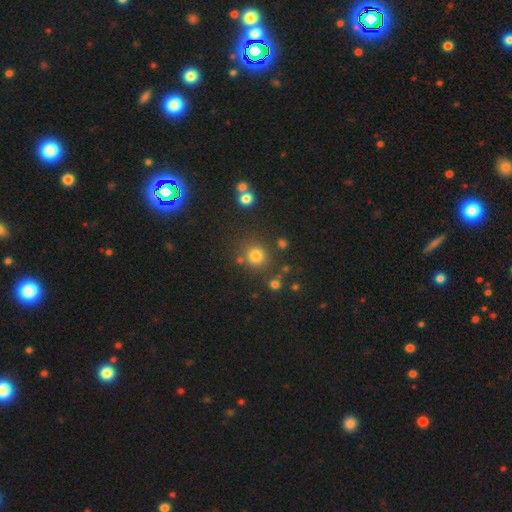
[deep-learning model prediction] The model was most divided on "smooth or featured": smooth: 79%, star or artifact: 15%, featured or disk: 6%. More confident: how rounded — round (89%); merging — none (80%).